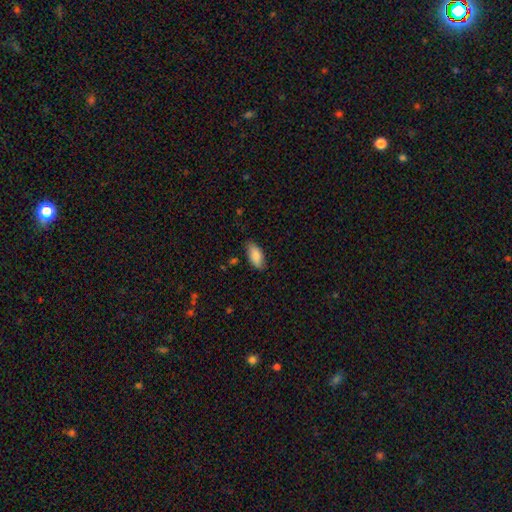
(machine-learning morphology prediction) smooth_or_featured: smooth (p=0.86) [alt: featured or disk p=0.08]
how_rounded: in between (p=0.92) [alt: cigar-shaped p=0.06]
merging: none (p=0.80) [alt: minor disturbance p=0.16]